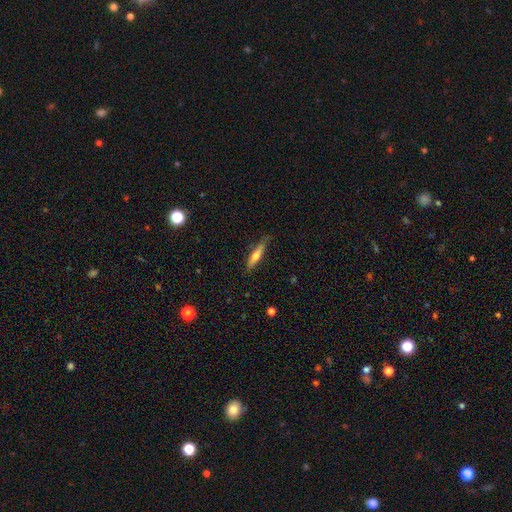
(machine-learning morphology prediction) This appears to be a smooth galaxy with no disk features (55%) that is cigar-shaped (84%). Merging: none (76%).